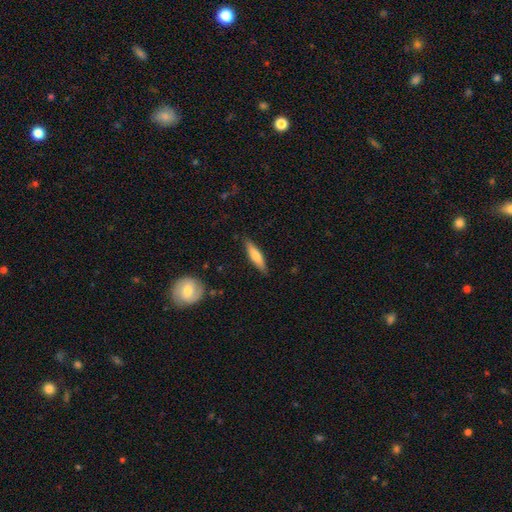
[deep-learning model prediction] smooth 68%, featured or disk 26%, star or artifact 6%. Down the decision tree: how rounded — cigar-shaped (78%); merging — none (87%).